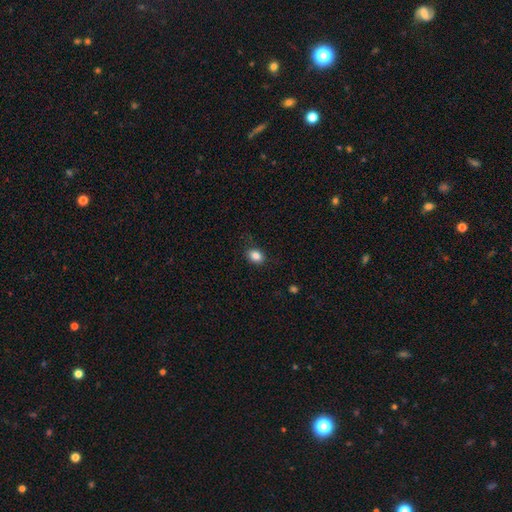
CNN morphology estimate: A smooth galaxy with no disk features (85%) that is in between round and cigar-shaped (58%).

Vote fractions:
- Smooth or featured? smooth: 85% / star or artifact: 10% / featured or disk: 5%
- How rounded? in between: 58% / round: 41% / cigar-shaped: 1%
- Merging? none: 83% / minor disturbance: 13% / major disturbance: 3% / merger: 1%